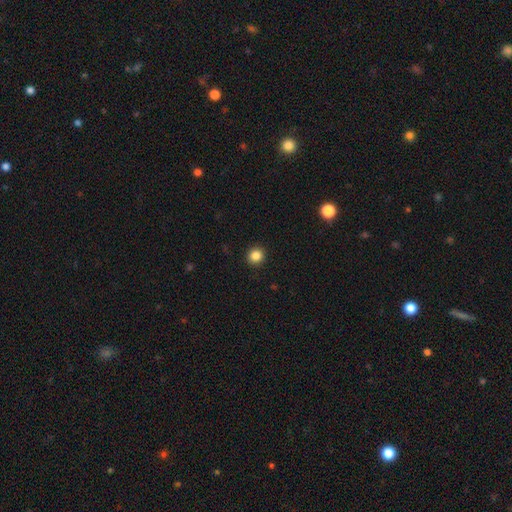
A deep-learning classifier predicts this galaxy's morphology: This appears to be a smooth galaxy with no disk features (85%) that is round (89%). Merging: none (92%).